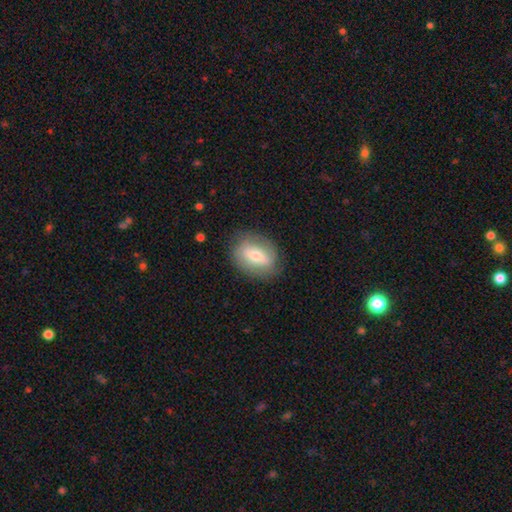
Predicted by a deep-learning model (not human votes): Q: Smooth or featured?
A: smooth (47%); runner-up: featured or disk (46%)
Q: Merging?
A: none (78%); runner-up: minor disturbance (15%)